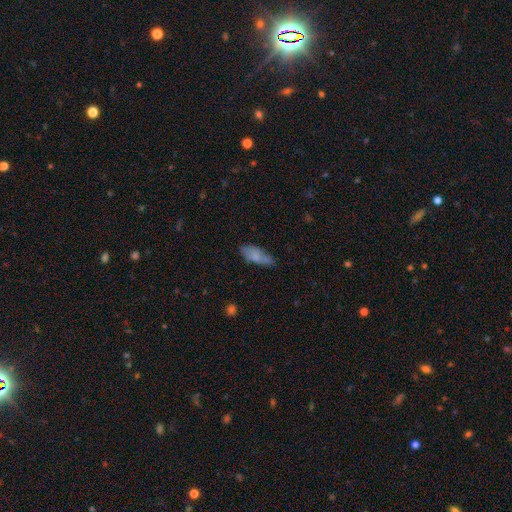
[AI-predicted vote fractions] Morphology: type=smooth (74%); roundness=in between (77%); merging=none (61%).